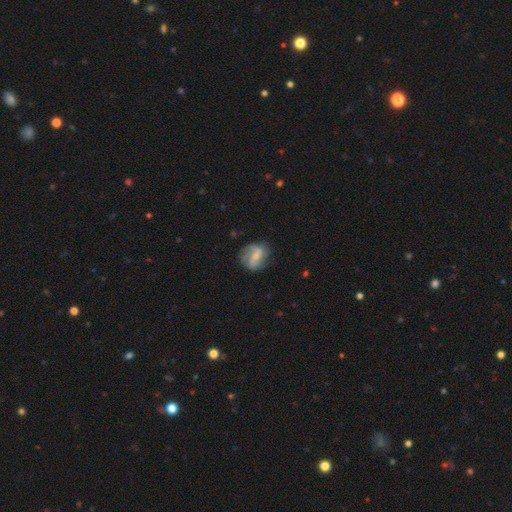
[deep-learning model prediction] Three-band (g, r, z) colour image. It shows a featured or disk galaxy (66%) with a weak bar (48%), 2 (75%) loose (46%) spiral arms (87%) and a small central bulge (58%). Merging: none (67%).